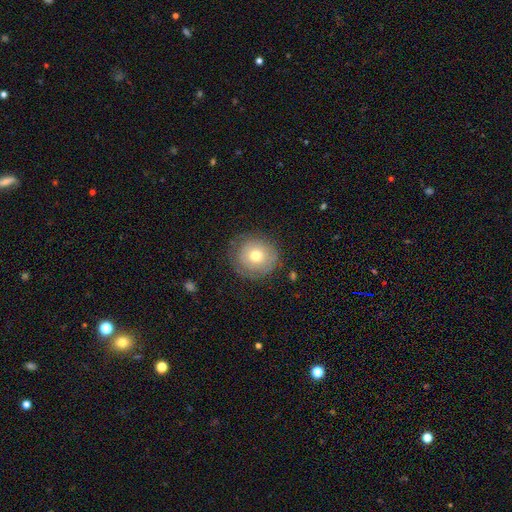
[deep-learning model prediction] A smooth galaxy with no disk features (63%) that is round (92%). Merging: none (77%).